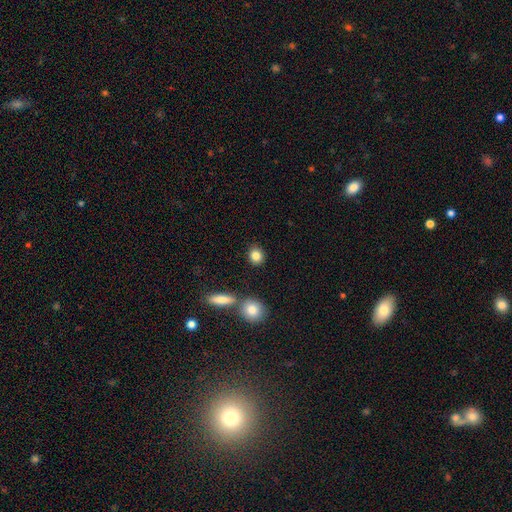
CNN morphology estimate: Smooth or featured? smooth (85%)
How rounded? round (79%)
Merging? none (86%)